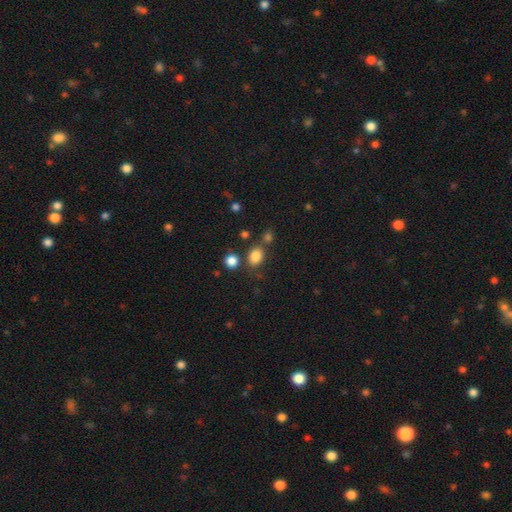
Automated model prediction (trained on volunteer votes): A smooth galaxy with no disk features (83%) that is in between round and cigar-shaped (67%).

Vote fractions:
- Smooth or featured? smooth: 83% / star or artifact: 12% / featured or disk: 6%
- How rounded? in between: 67% / round: 32% / cigar-shaped: 1%
- Merging? none: 70% / minor disturbance: 13% / merger: 12% / major disturbance: 5%